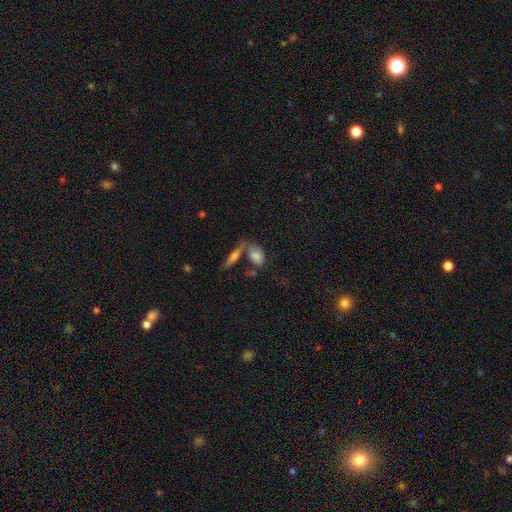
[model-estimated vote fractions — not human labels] A smooth galaxy with no disk features (69%) that is in between round and cigar-shaped (82%). Merging: none (41%).